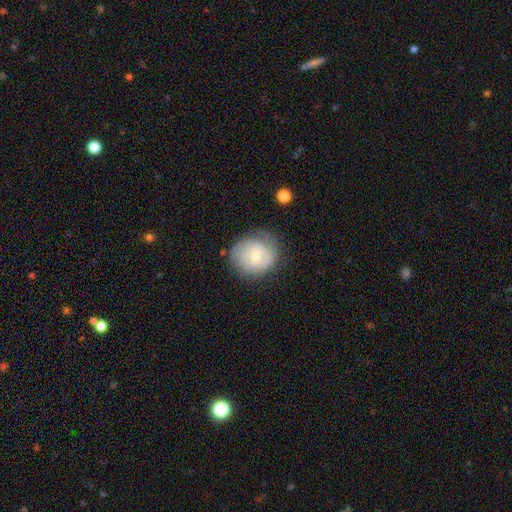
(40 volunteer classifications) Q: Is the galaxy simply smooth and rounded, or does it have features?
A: smooth — 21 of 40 (52%).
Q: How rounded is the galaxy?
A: round — 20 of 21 (95%).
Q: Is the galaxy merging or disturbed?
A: none — 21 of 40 (52%).